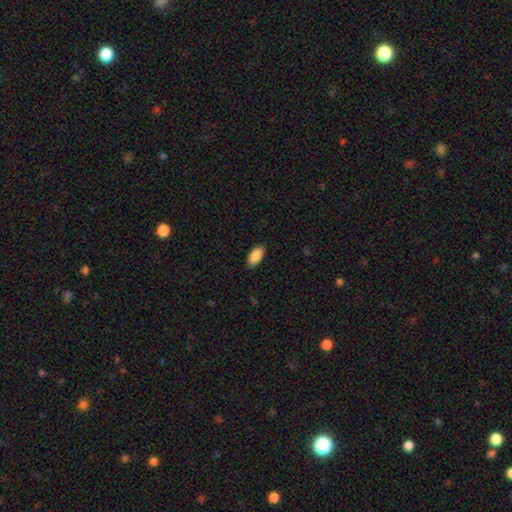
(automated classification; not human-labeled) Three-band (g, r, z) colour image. It shows a smooth galaxy with no disk features (89%) that is in between round and cigar-shaped (94%). Merging: none (89%).